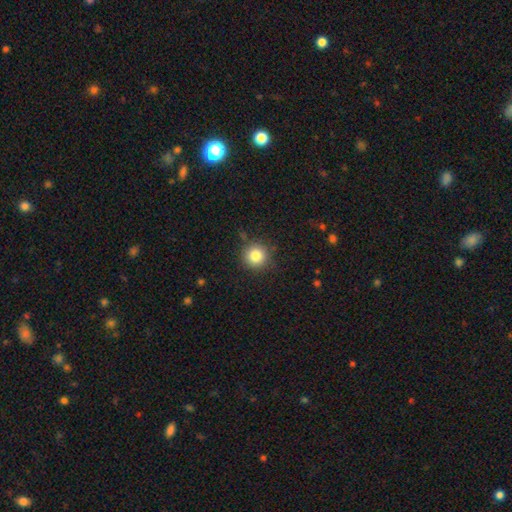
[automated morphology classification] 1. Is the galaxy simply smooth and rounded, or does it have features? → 83% smooth, 11% star or artifact, 6% featured or disk.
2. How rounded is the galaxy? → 95% round, 4% in between, 1% cigar-shaped.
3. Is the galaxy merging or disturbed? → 86% none, 10% minor disturbance, 3% major disturbance, 2% merger.